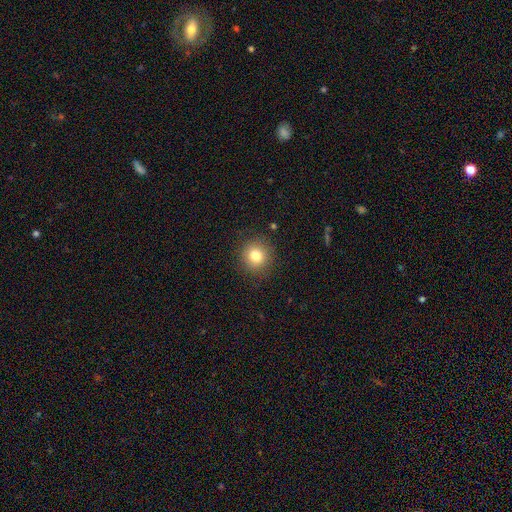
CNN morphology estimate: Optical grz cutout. It shows a smooth galaxy with no disk features (81%) that is round (89%). Merging: none (89%).